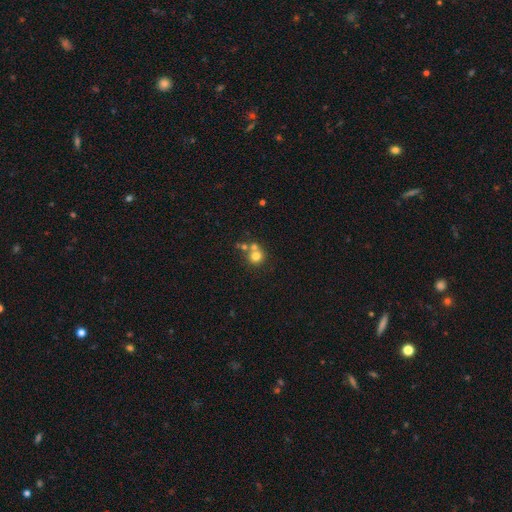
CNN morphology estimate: This is likely a smooth galaxy (73%). How rounded: clearly round (88%). Merging: possibly none (51%).